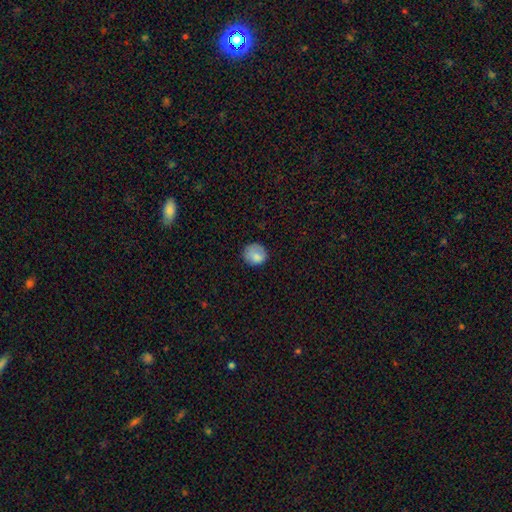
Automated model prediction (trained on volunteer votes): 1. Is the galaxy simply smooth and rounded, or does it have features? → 83% smooth, 8% star or artifact, 8% featured or disk.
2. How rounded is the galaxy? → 86% round, 13% in between, 1% cigar-shaped.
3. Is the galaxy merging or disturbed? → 75% none, 19% minor disturbance, 5% major disturbance, 1% merger.